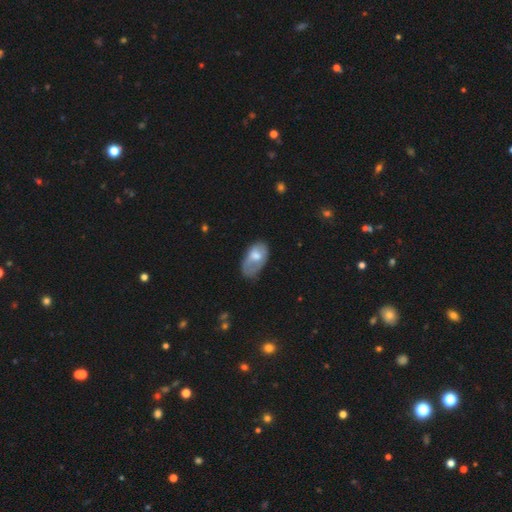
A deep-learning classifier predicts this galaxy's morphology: Smooth or featured? Predicted: smooth (p=0.61). How rounded? Predicted: in between (p=0.93). Merging? Predicted: minor disturbance (p=0.38).